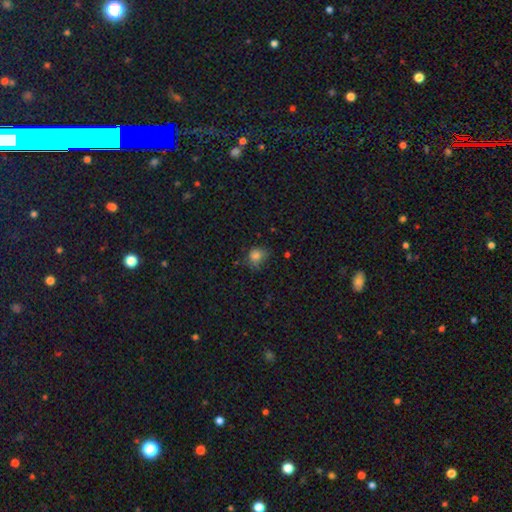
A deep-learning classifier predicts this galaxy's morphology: A smooth galaxy with no disk features (78%) that is round (63%). Merging: none (56%).